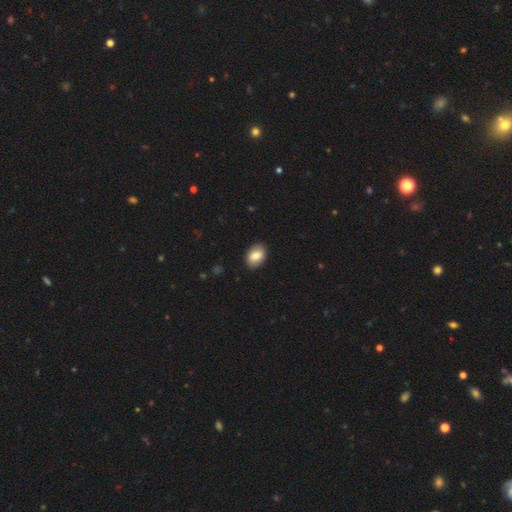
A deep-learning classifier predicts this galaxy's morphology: Smooth or featured: smooth — 81% (featured or disk — 12%)
How rounded: in between — 84% (round — 14%)
Merging: none — 88% (minor disturbance — 9%)